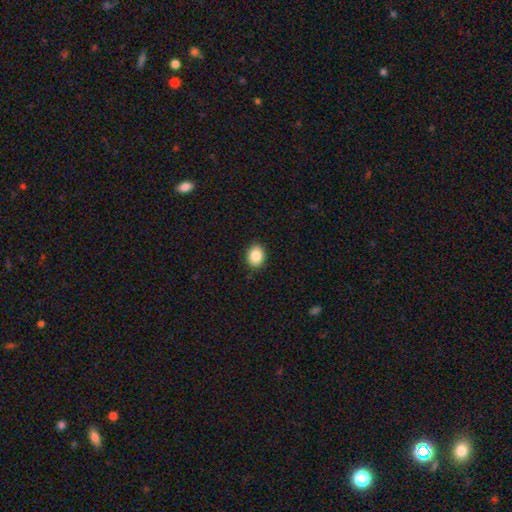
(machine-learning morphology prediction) smooth-or-featured: smooth: 87% | star or artifact: 9% | featured or disk: 5%
  how-rounded: in between: 53% | round: 46% | cigar-shaped: 1%
  merging: none: 89% | minor disturbance: 8% | major disturbance: 2% | merger: 1%